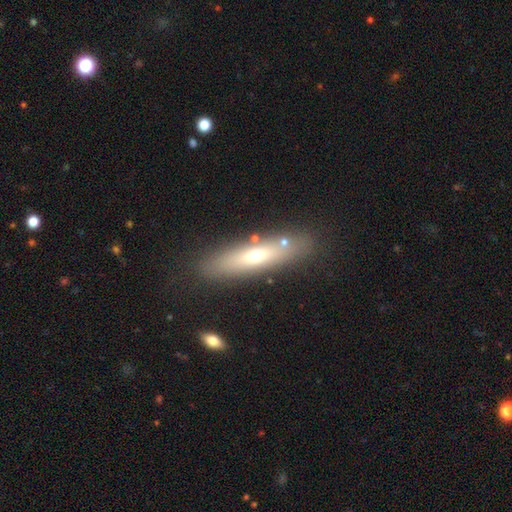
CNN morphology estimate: This appears to be a smooth galaxy with no disk features (50%). Merging: none (80%).